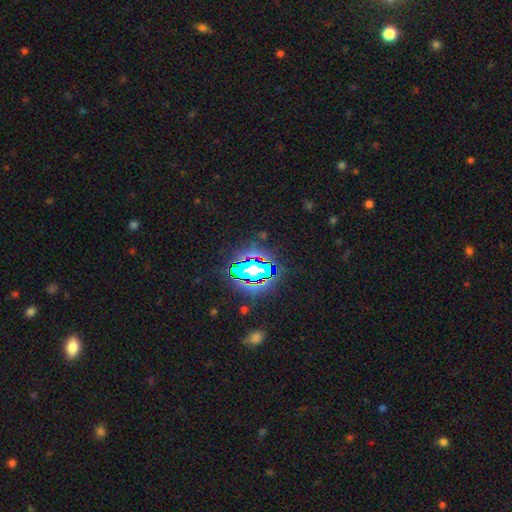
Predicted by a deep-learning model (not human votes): A star or artifact, not a galaxy (81%).